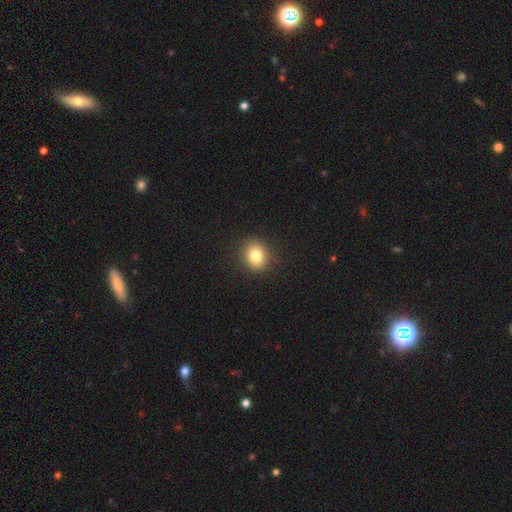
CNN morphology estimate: smooth 81%, star or artifact 11%, featured or disk 8%. Down the decision tree: how rounded — round (67%); merging — none (89%).